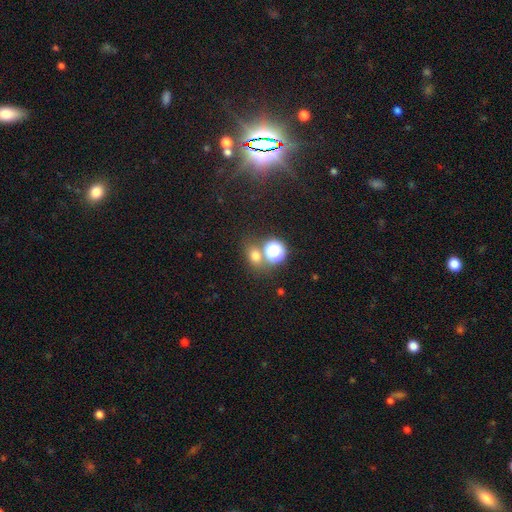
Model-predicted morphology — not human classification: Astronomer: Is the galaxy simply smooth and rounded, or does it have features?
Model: smooth — 66%.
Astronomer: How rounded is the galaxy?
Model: round — 57% (runner-up: in between, 41%).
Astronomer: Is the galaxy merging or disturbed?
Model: none — 67%.